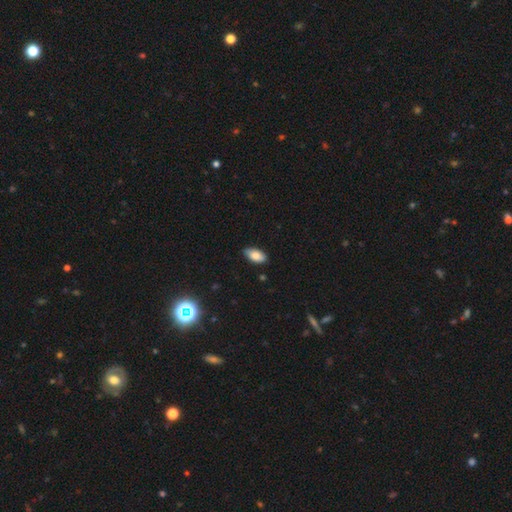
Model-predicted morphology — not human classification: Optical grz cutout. It shows a smooth galaxy with no disk features (84%) that is in between round and cigar-shaped (93%). Merging: none (84%).